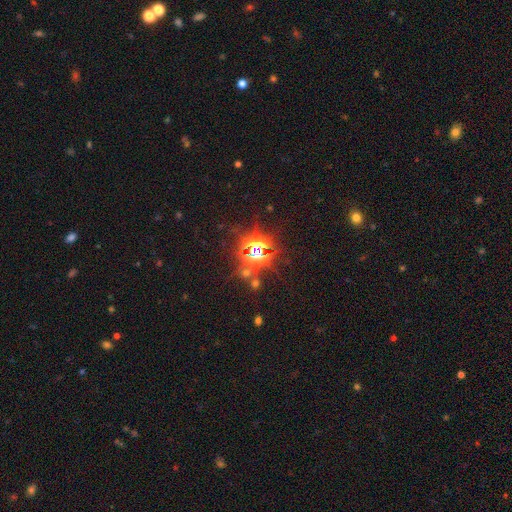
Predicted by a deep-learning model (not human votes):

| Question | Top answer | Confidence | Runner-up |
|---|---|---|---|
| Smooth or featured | star or artifact | 81% | smooth (11%) |